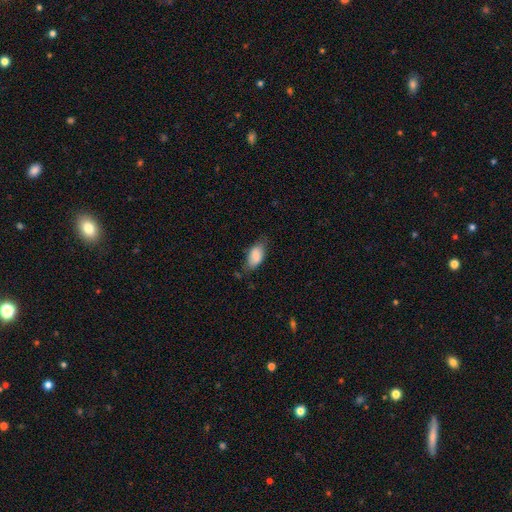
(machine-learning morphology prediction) Smooth or featured? smooth (85%)
How rounded? in between (91%)
Merging? none (61%)